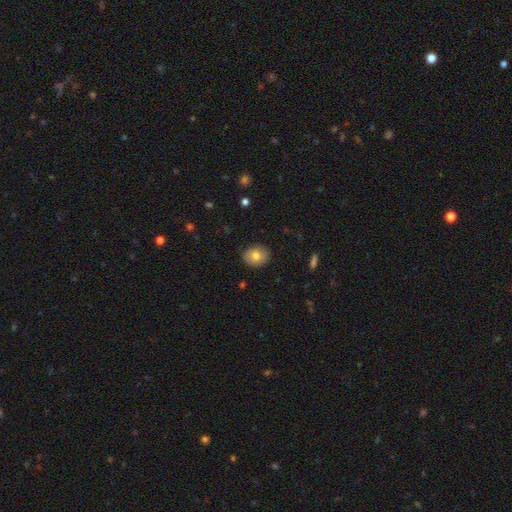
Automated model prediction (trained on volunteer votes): Overall: smooth (77%). How rounded: in between (50%; round 49%). Merging: none (86%).